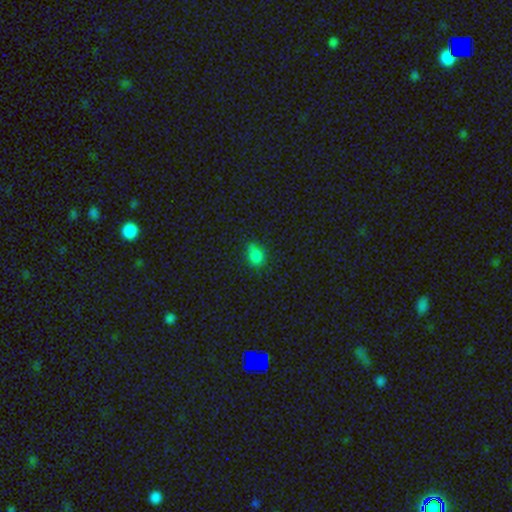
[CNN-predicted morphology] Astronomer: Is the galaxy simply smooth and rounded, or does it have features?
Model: smooth — 82%.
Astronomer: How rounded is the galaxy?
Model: in between — 53% (runner-up: round, 45%).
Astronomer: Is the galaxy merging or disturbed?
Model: none — 70%.